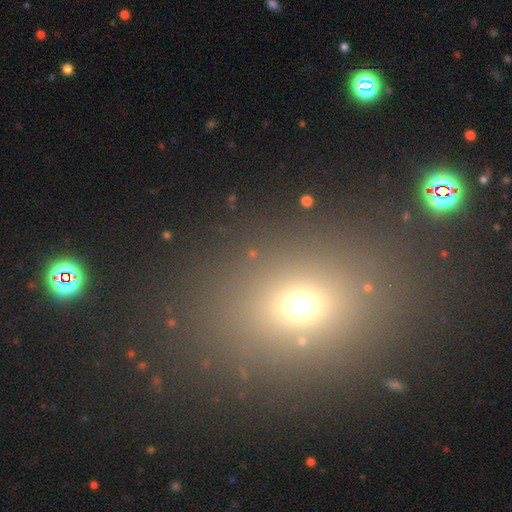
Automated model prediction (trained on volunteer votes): smooth 61%, star or artifact 28%, featured or disk 11%. Down the decision tree: how rounded — in between (57%); merging — none (84%).